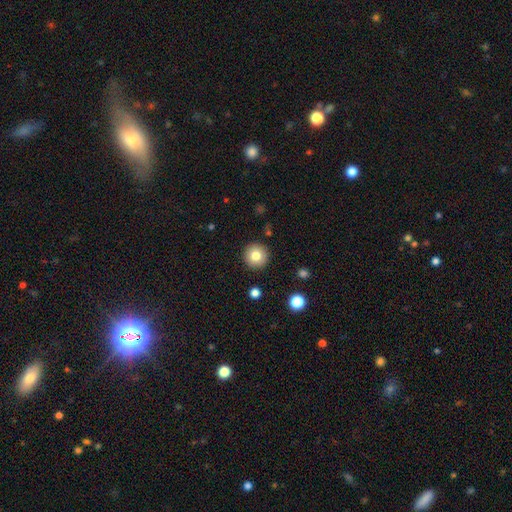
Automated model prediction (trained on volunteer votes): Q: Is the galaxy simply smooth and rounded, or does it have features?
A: smooth — 80%.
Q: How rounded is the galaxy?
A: round — 96%.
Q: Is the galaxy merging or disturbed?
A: none — 91%.